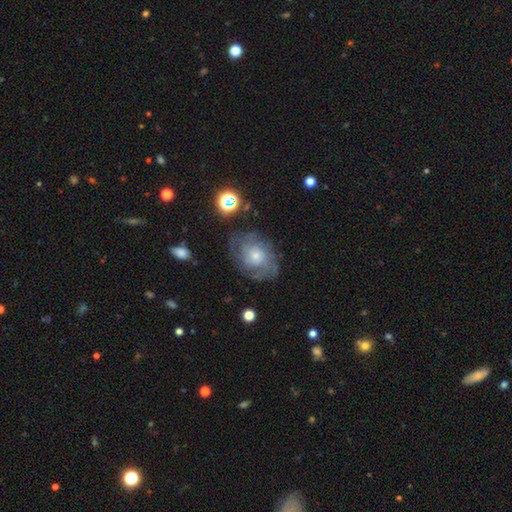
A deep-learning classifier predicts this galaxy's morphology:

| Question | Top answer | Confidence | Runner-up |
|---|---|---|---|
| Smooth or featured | featured or disk | 62% | smooth (28%) |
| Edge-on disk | no | 97% | yes (3%) |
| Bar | no | 82% | weak (16%) |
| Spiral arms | yes | 78% | no (22%) |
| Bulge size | small | 56% | moderate (33%) |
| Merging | none | 65% | minor disturbance (20%) |